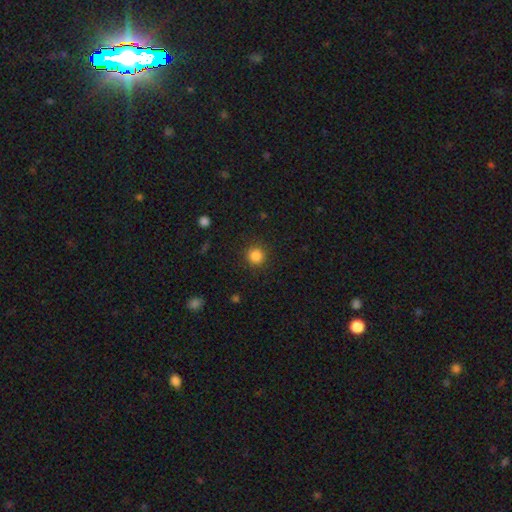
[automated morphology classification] The model was most divided on "smooth or featured": smooth: 85%, star or artifact: 11%, featured or disk: 4%. More confident: how rounded — round (93%); merging — none (90%).